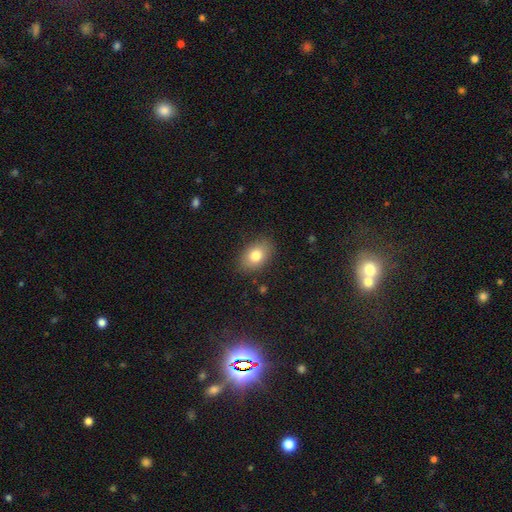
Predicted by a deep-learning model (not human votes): Smooth or featured? smooth (80%)
How rounded? in between (86%)
Merging? none (85%)